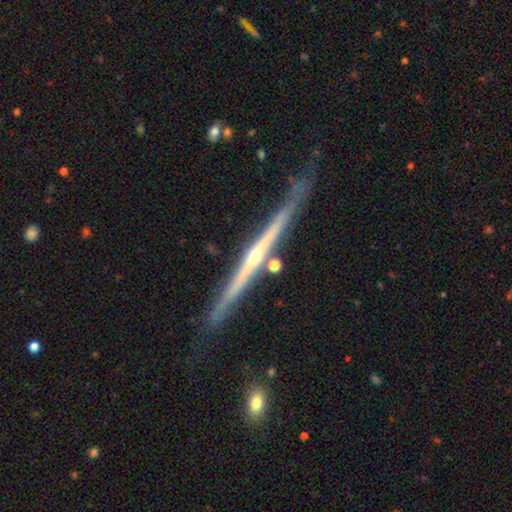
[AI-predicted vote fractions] This is clearly a featured or disk galaxy (84%). It is clearly viewed edge-on (98%). Edge-on bulge: likely rounded (68%). Merging: likely none (78%).